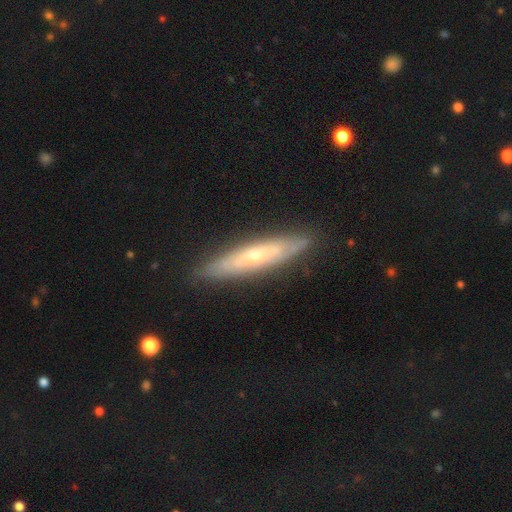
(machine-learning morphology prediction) A featured or disk galaxy (64%) viewed edge-on (63%).

Vote fractions:
- Smooth or featured? featured or disk: 64% / smooth: 30% / star or artifact: 6%
- Edge-on disk? yes: 63% / no: 37%
- Merging? none: 85% / minor disturbance: 11% / major disturbance: 2% / merger: 1%